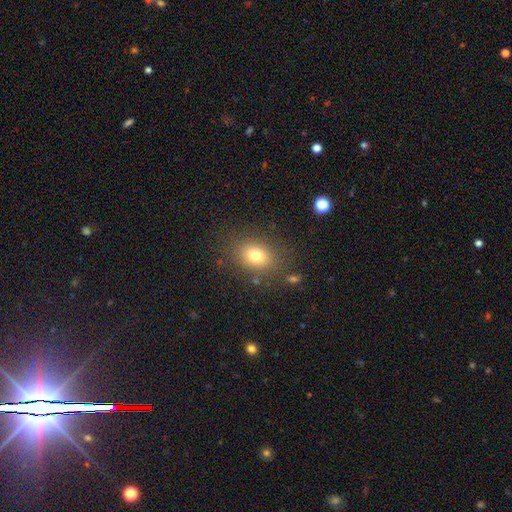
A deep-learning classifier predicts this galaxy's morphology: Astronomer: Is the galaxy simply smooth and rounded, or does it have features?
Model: smooth — 76%.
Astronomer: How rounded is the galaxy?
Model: in between — 57% (runner-up: round, 42%).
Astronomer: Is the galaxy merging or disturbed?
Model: none — 82%.